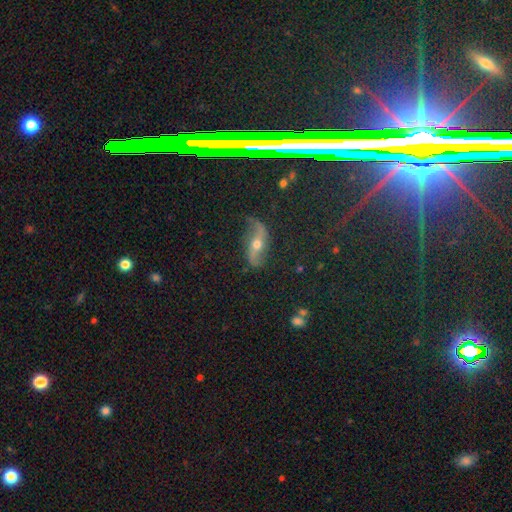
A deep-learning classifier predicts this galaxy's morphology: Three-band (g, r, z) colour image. It shows a featured or disk galaxy (77%) with no bar (44%), 2 (93%) loose (86%) spiral arms (89%) and a moderate central bulge (65%). Merging: none (72%).